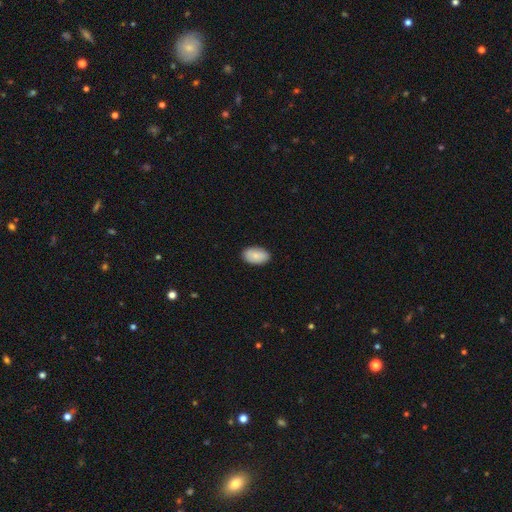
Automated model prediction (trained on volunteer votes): Smooth or featured? smooth (83%)
How rounded? in between (93%)
Merging? none (87%)